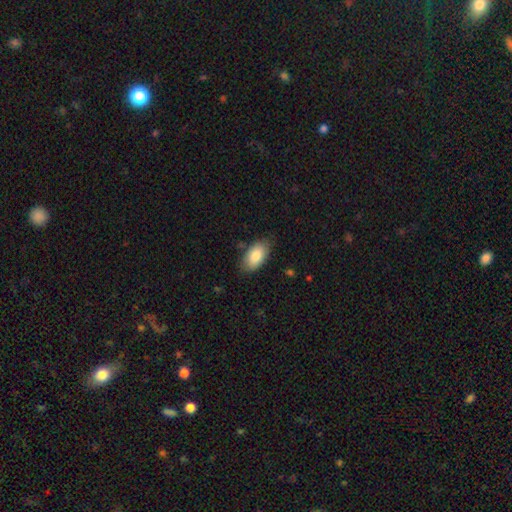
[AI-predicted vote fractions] This appears to be a smooth galaxy with no disk features (83%) that is in between round and cigar-shaped (94%). Merging: none (78%).